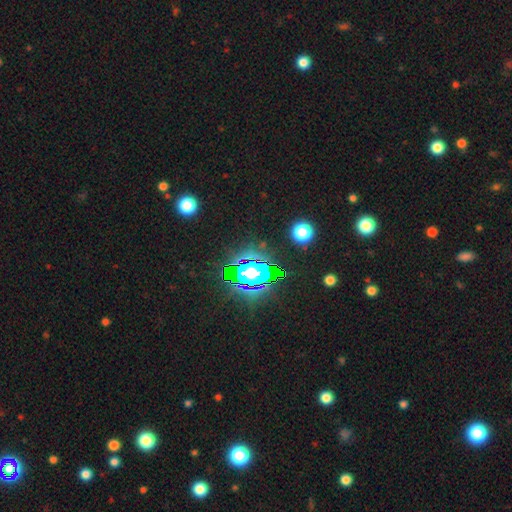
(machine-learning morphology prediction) This is clearly a star or artifact rather than a galaxy (82%).